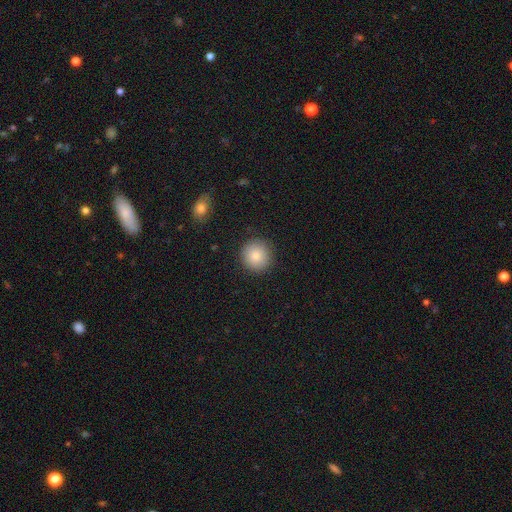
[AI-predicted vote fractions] Smooth or featured?
  - smooth: 84% *
  - star or artifact: 9%
  - featured or disk: 7%
How rounded?
  - round: 94% *
  - in between: 5%
  - cigar-shaped: 1%
Merging?
  - none: 90% *
  - minor disturbance: 7%
  - major disturbance: 2%
  - merger: 1%